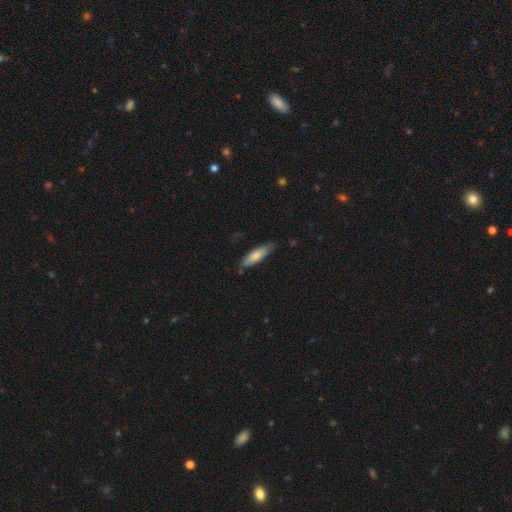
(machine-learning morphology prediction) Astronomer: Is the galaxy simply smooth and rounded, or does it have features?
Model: smooth — 74%.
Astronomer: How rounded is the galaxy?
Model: cigar-shaped — 63%.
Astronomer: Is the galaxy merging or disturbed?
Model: none — 74%.